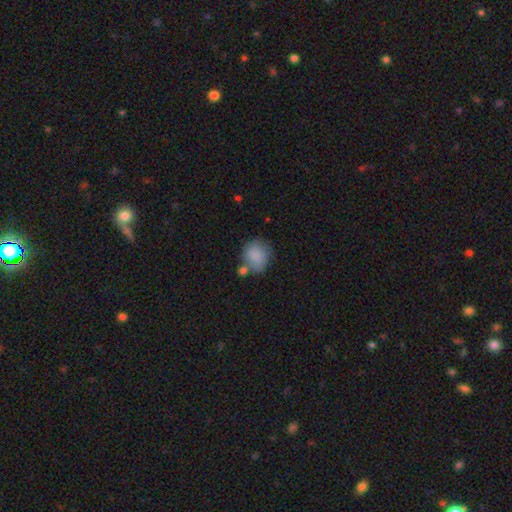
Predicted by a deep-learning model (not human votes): A smooth galaxy with no disk features (83%) that is round (70%). Merging: none (56%).